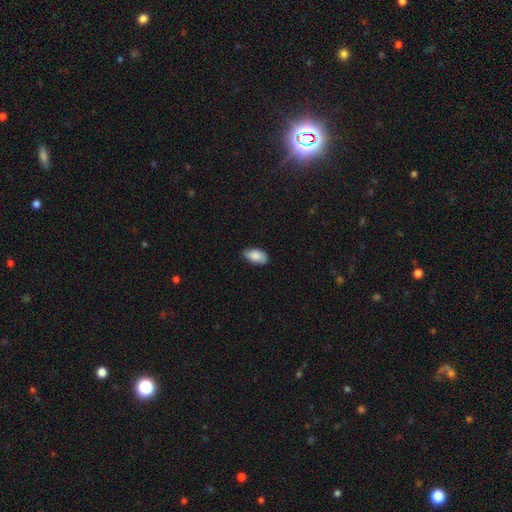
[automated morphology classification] This appears to be a smooth galaxy with no disk features (85%) that is in between round and cigar-shaped (94%). Merging: none (76%).